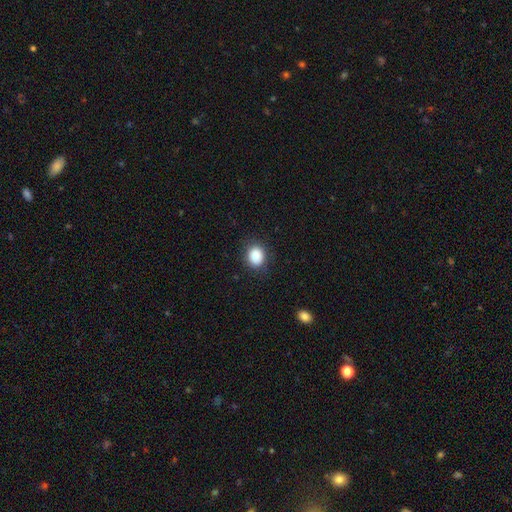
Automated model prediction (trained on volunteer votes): A smooth galaxy with no disk features (88%) that is round (64%).

Vote fractions:
- Smooth or featured? smooth: 88% / star or artifact: 9% / featured or disk: 4%
- How rounded? round: 64% / in between: 35% / cigar-shaped: 1%
- Merging? none: 85% / minor disturbance: 11% / major disturbance: 3% / merger: 1%